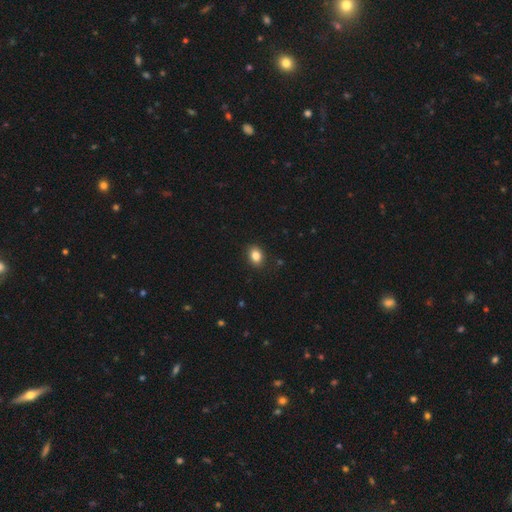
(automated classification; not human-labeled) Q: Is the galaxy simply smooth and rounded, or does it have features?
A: smooth — 85%.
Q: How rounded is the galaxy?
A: in between — 66%.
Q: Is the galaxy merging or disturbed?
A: none — 89%.